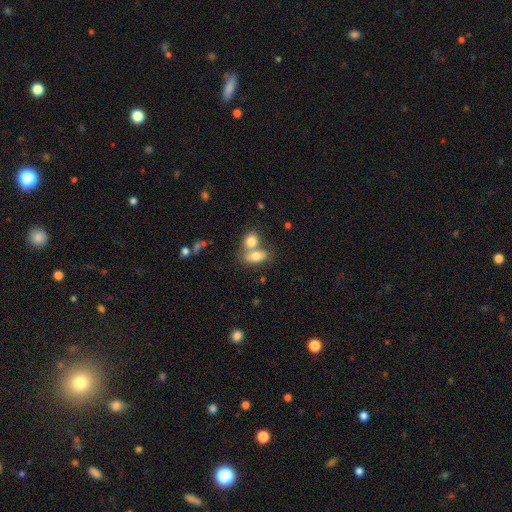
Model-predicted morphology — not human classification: Q: Smooth or featured?
A: smooth (76%); runner-up: featured or disk (16%)
Q: How rounded?
A: in between (81%); runner-up: round (14%)
Q: Merging?
A: merger (54%); runner-up: none (34%)